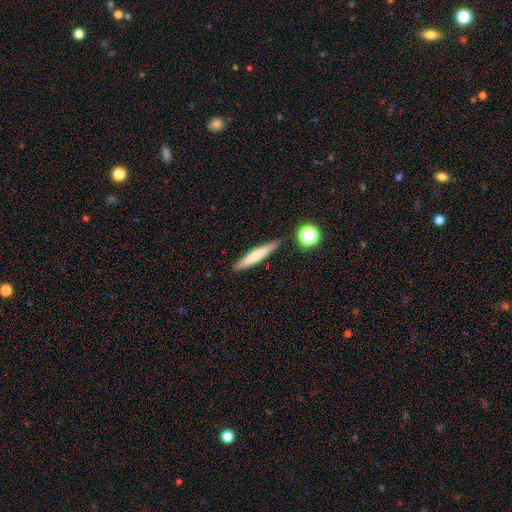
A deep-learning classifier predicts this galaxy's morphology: smooth 53%, featured or disk 39%, star or artifact 7%. Down the decision tree: how rounded — cigar-shaped (91%); merging — none (86%).